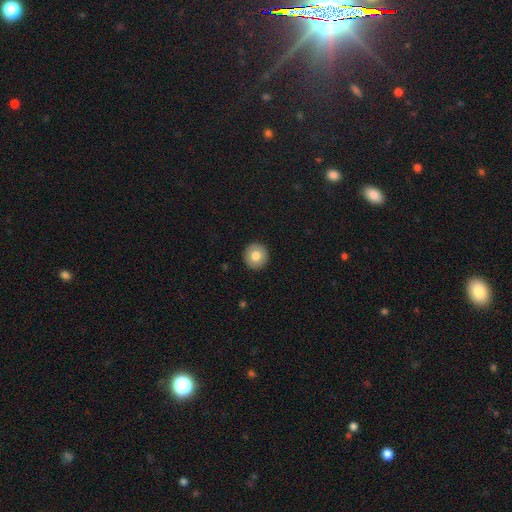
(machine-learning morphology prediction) This is likely a smooth galaxy (77%). How rounded: clearly round (92%). Merging: clearly none (92%).